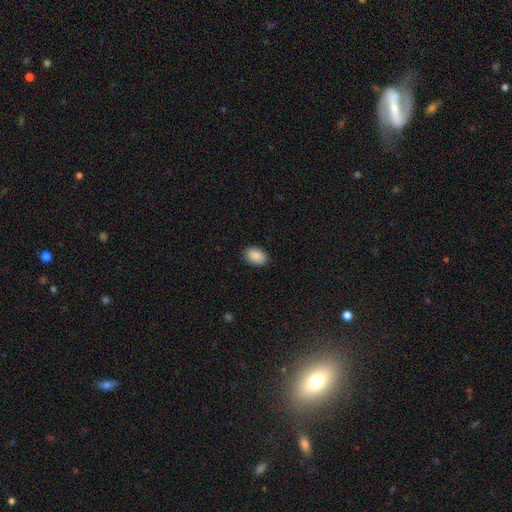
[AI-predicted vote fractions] Smooth or featured?
  - smooth: 89% *
  - star or artifact: 7%
  - featured or disk: 4%
How rounded?
  - in between: 89% *
  - round: 10%
  - cigar-shaped: 1%
Merging?
  - none: 89% *
  - minor disturbance: 8%
  - major disturbance: 2%
  - merger: 1%